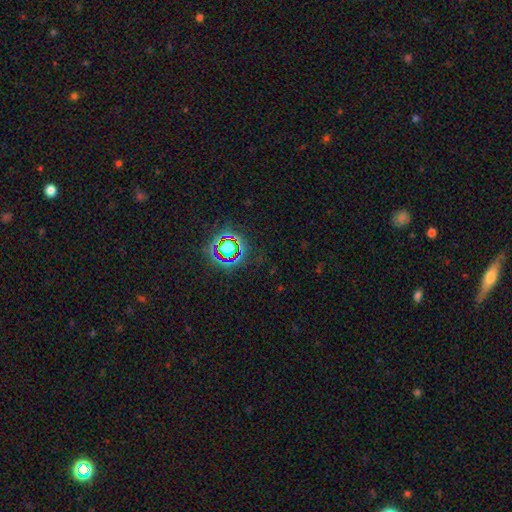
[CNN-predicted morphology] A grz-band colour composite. It shows a star or artifact, not a galaxy (74%).